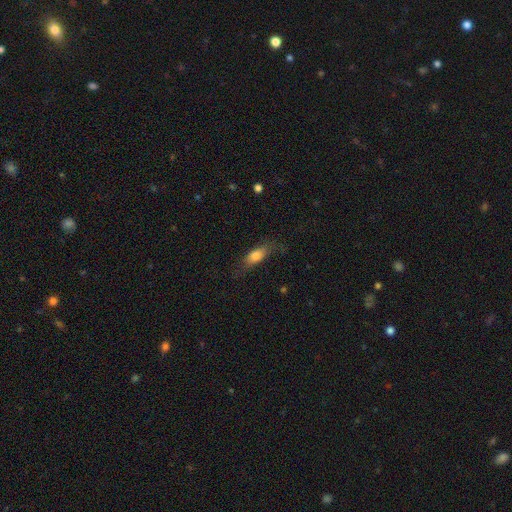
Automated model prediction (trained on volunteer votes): smooth_or_featured: smooth (p=0.75) [alt: featured or disk p=0.17]
how_rounded: in between (p=0.69) [alt: cigar-shaped p=0.26]
merging: none (p=0.66) [alt: minor disturbance p=0.23]